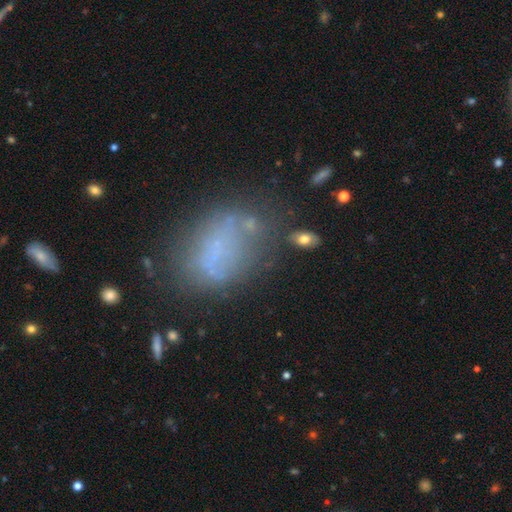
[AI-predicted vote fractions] Morphology: type=smooth (47%); merging=none (44%).